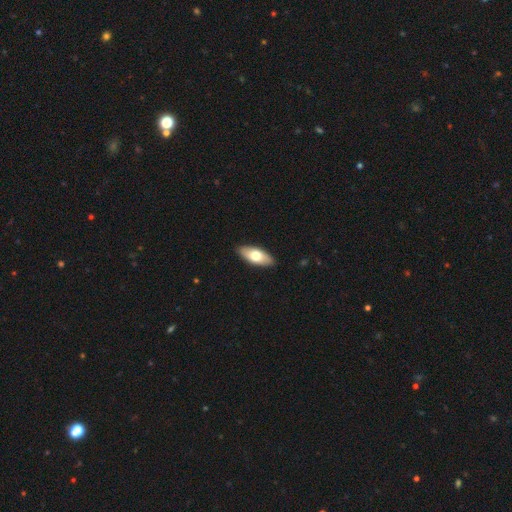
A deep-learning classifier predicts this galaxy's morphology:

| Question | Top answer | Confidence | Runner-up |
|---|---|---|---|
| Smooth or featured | smooth | 70% | featured or disk (25%) |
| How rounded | in between | 84% | cigar-shaped (14%) |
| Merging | none | 89% | minor disturbance (8%) |